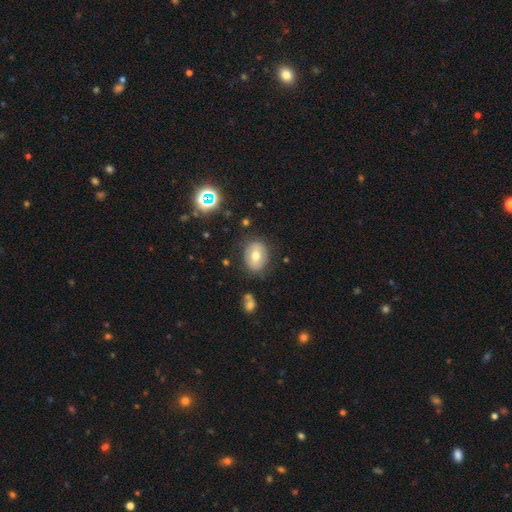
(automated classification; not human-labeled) Morphology: type=smooth (61%); roundness=in between (66%); merging=none (80%).